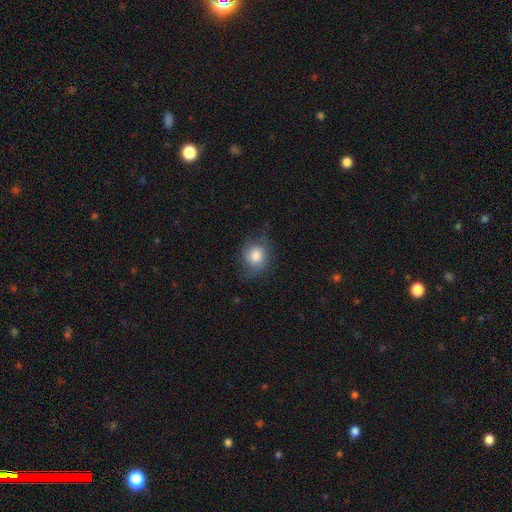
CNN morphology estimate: smooth_or_featured: smooth (p=0.73) [alt: featured or disk p=0.19]
how_rounded: round (p=0.64) [alt: in between p=0.35]
merging: none (p=0.60) [alt: minor disturbance p=0.28]